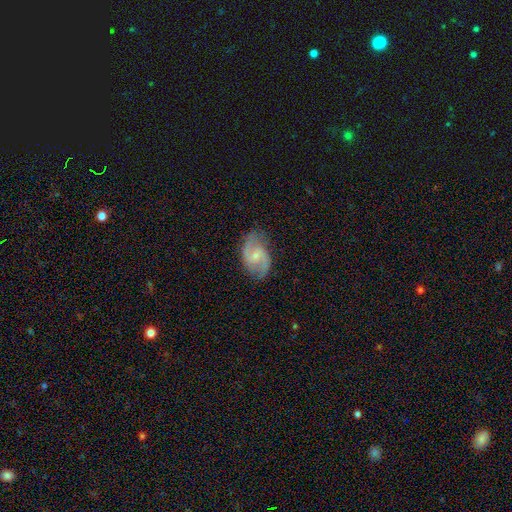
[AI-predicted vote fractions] The model was most divided on "bar": weak: 53%, no: 37%, strong: 10%. More confident: edge-on disk — no (97%); spiral arms — yes (94%); spiral arm count — 2 (89%); smooth or featured — featured or disk (78%); merging — none (77%); bulge size — small (60%); spiral winding — medium (53%).